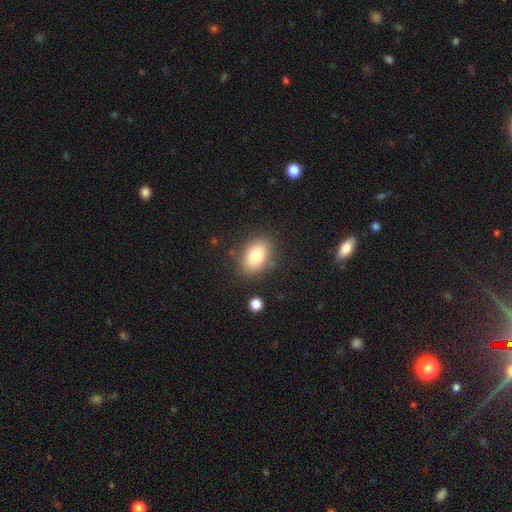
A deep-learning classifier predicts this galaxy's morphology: A smooth galaxy with no disk features (82%) that is in between round and cigar-shaped (86%).

Vote fractions:
- Smooth or featured? smooth: 82% / featured or disk: 10% / star or artifact: 8%
- How rounded? in between: 86% / round: 12% / cigar-shaped: 1%
- Merging? none: 83% / minor disturbance: 11% / major disturbance: 3% / merger: 2%